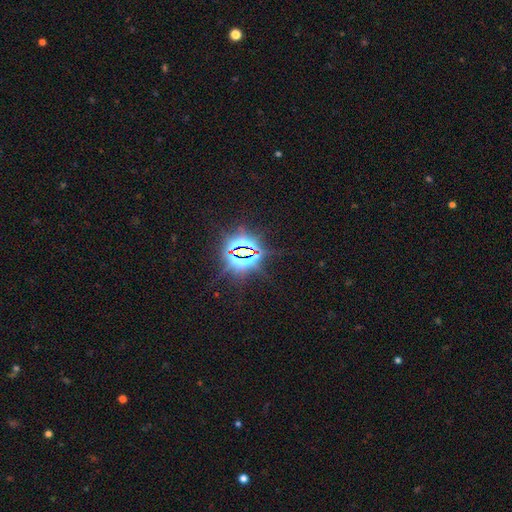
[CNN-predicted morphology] A star or artifact, not a galaxy (85%).

Vote fractions:
- Smooth or featured? star or artifact: 85% / smooth: 7% / featured or disk: 7%